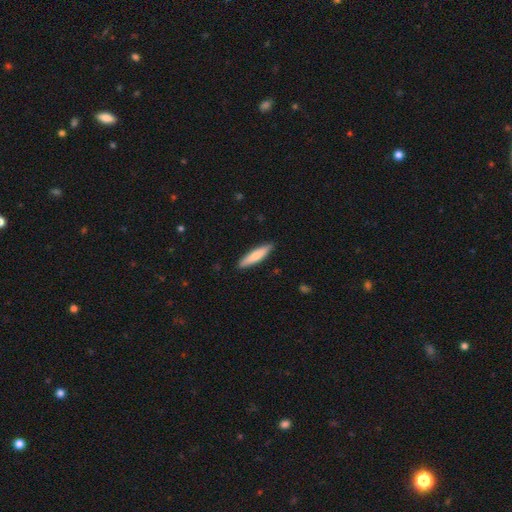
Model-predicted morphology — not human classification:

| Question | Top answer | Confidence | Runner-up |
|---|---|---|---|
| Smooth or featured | smooth | 73% | featured or disk (22%) |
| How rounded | cigar-shaped | 80% | in between (19%) |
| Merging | none | 89% | minor disturbance (9%) |